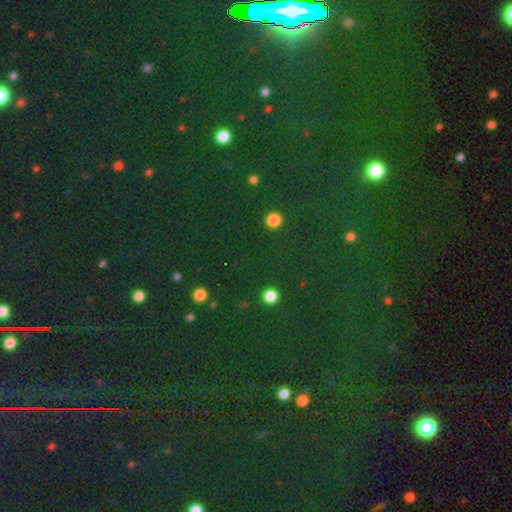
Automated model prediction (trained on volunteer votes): This is likely a star or artifact rather than a galaxy (75%).